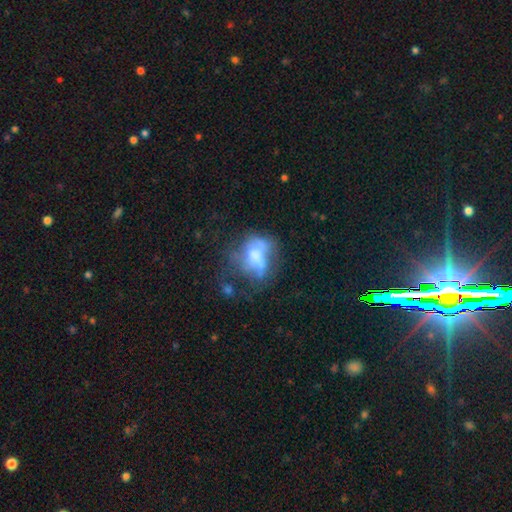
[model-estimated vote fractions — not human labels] Q: Smooth or featured?
A: featured or disk (44%); tied with: smooth (44%)
Q: Merging?
A: major disturbance (36%); runner-up: none (27%)